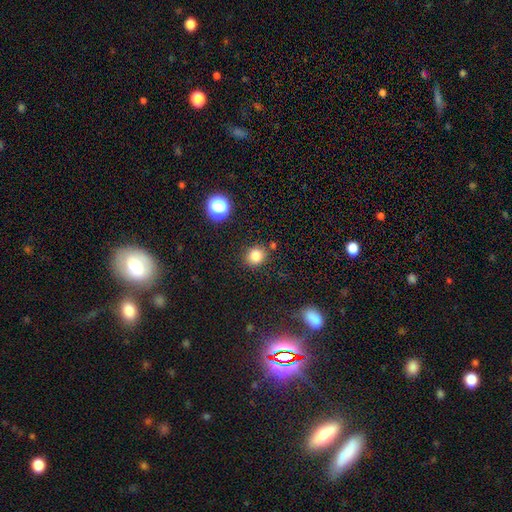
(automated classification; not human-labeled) A smooth galaxy with no disk features (81%) that is round (78%). Merging: none (84%).